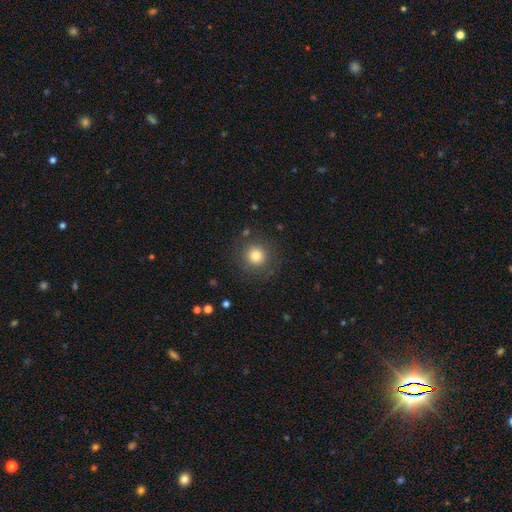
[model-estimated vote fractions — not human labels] This appears to be a smooth galaxy with no disk features (79%) that is round (93%). Merging: none (83%).